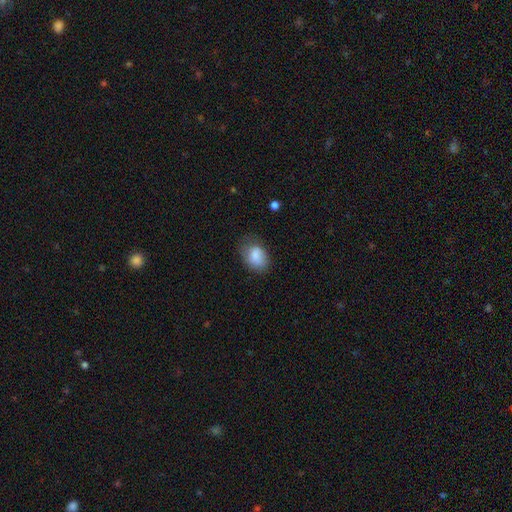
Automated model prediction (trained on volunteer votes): smooth_or_featured: smooth (p=0.79) [alt: featured or disk p=0.13]
how_rounded: in between (p=0.78) [alt: round p=0.21]
merging: none (p=0.62) [alt: minor disturbance p=0.28]